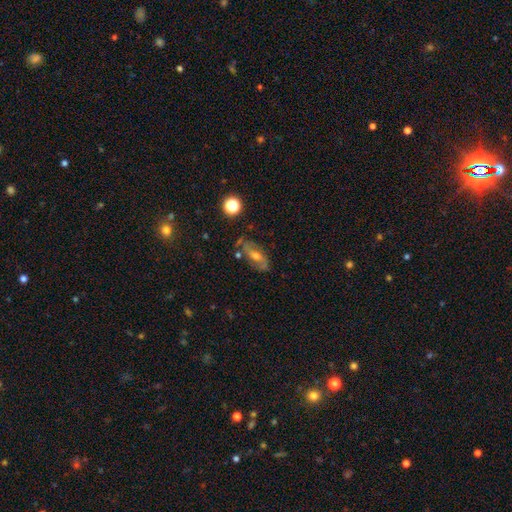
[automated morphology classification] The model was most divided on "bar": no: 44%, weak: 37%, strong: 20%. More confident: edge-on disk — no (85%); spiral arms — yes (73%); merging — none (67%); bulge size — moderate (67%); smooth or featured — featured or disk (60%).